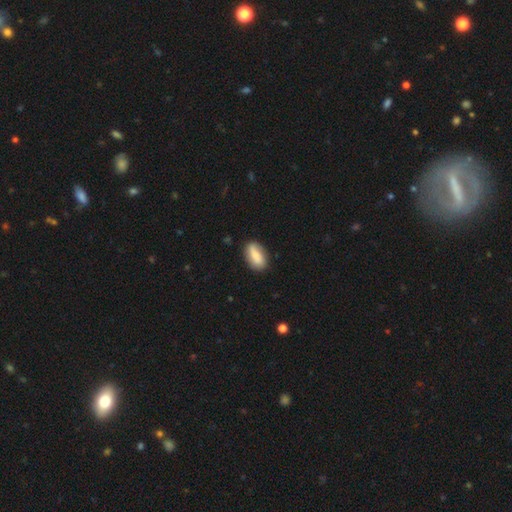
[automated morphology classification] Q: Smooth or featured?
A: smooth (75%); runner-up: featured or disk (18%)
Q: How rounded?
A: in between (87%); runner-up: cigar-shaped (9%)
Q: Merging?
A: none (82%); runner-up: minor disturbance (14%)